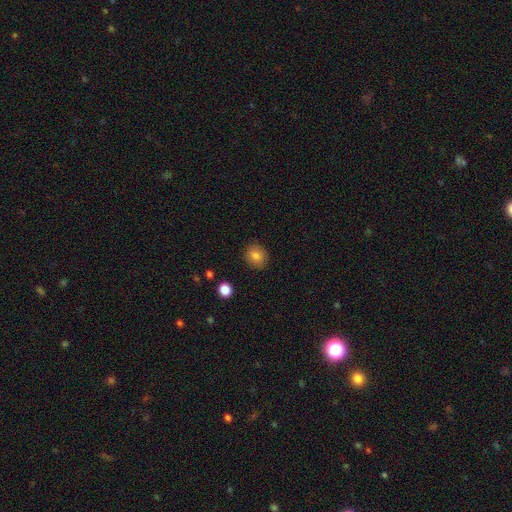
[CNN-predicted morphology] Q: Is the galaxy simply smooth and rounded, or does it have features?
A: smooth — 83%.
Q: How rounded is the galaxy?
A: round — 77%.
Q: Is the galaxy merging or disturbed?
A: none — 88%.